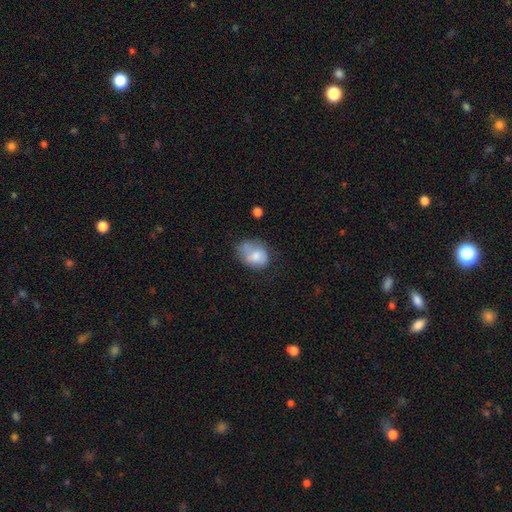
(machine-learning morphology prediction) type=smooth (71%); roundness=in between (58%); merging=none (34%).